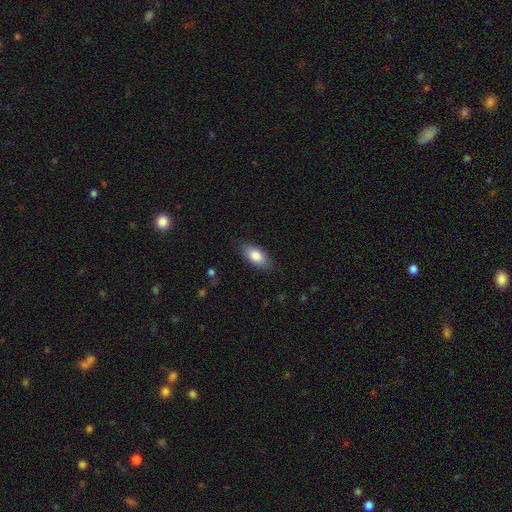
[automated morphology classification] smooth 82%, featured or disk 11%, star or artifact 6%. Down the decision tree: how rounded — in between (90%); merging — none (84%).